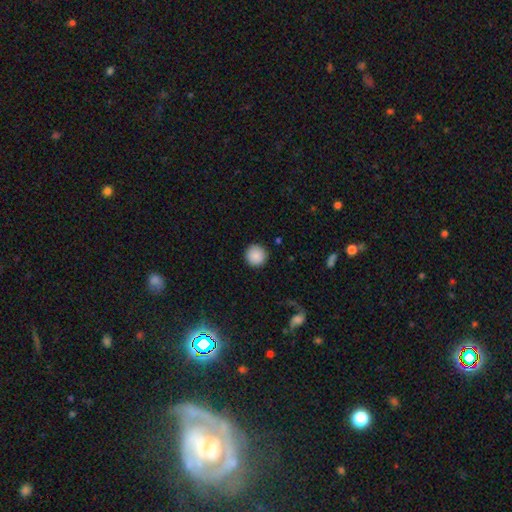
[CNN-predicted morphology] smooth 88%, star or artifact 8%, featured or disk 4%. Down the decision tree: how rounded — round (96%); merging — none (92%).